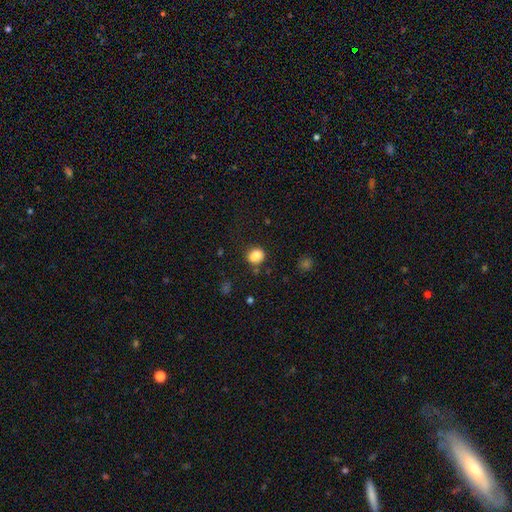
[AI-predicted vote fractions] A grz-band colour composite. It shows a smooth galaxy with no disk features (85%) that is round (58%). Merging: none (73%).